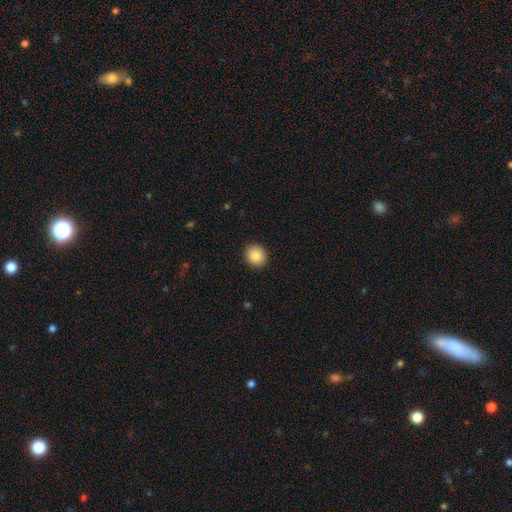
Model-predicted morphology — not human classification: This is clearly a smooth galaxy (87%). How rounded: likely round (78%). Merging: clearly none (91%).